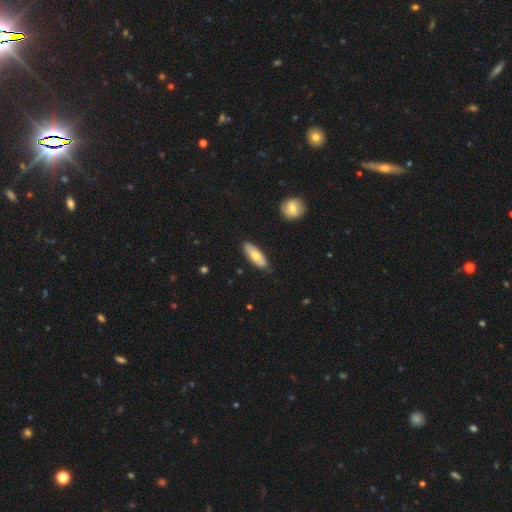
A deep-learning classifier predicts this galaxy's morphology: This appears to be a smooth galaxy with no disk features (66%) that is in between round and cigar-shaped (66%). Merging: none (83%).